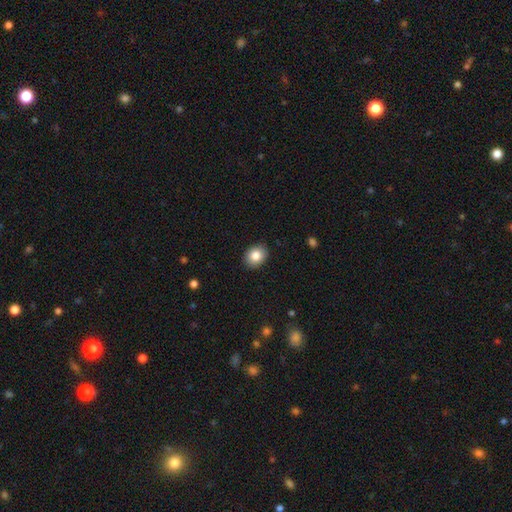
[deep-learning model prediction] The model was most divided on "how rounded": in between: 54%, round: 45%, cigar-shaped: 1%. More confident: merging — none (90%); smooth or featured — smooth (84%).